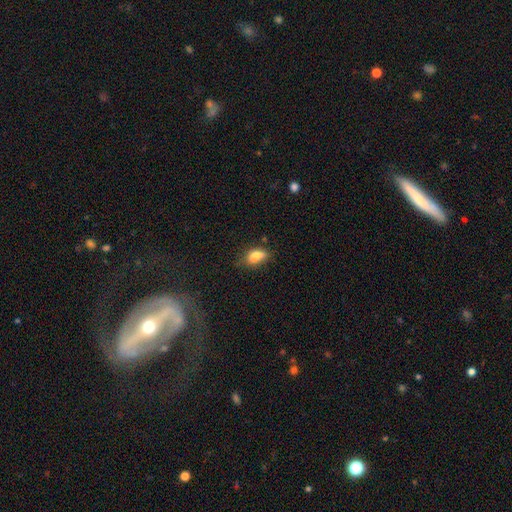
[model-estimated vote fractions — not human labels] The model was most divided on "merging": none: 48%, minor disturbance: 34%, major disturbance: 12%, merger: 6%. More confident: how rounded — in between (86%); smooth or featured — smooth (81%).